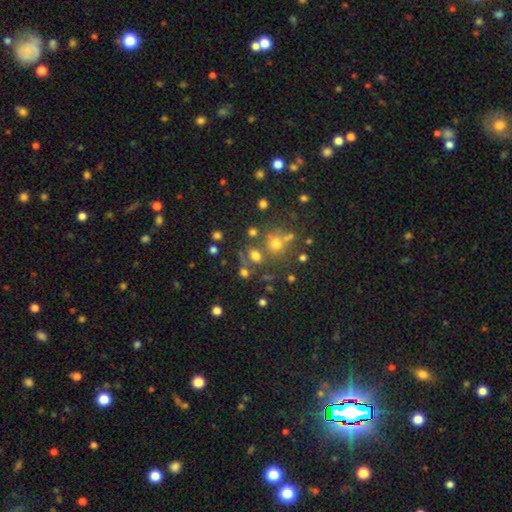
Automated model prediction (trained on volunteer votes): This is likely a smooth galaxy (62%). How rounded: likely round (75%). Merging: likely none (62%).